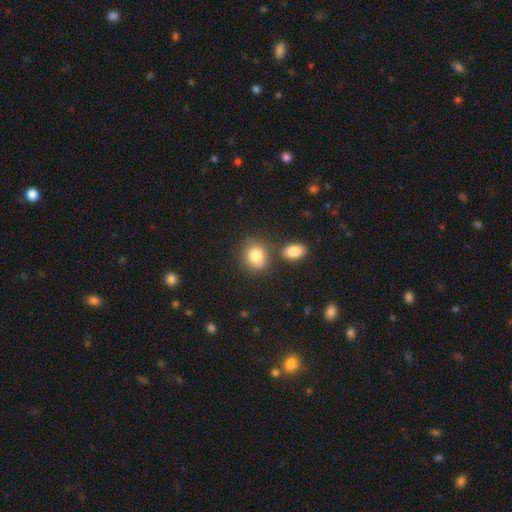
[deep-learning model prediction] This is clearly a smooth galaxy (83%). How rounded: likely round (66%). Merging: likely none (67%).